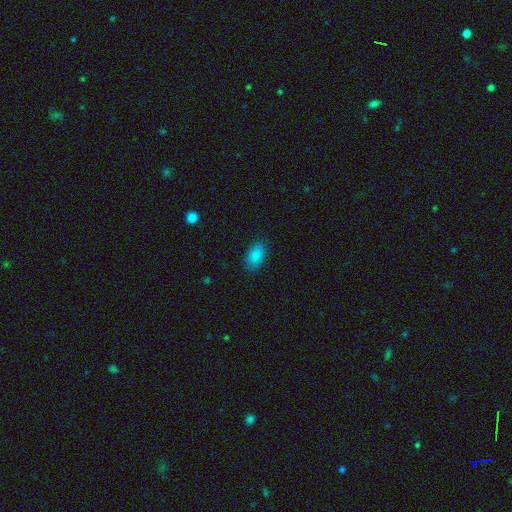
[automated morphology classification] Smooth or featured?
  - smooth: 86% *
  - star or artifact: 8%
  - featured or disk: 6%
How rounded?
  - in between: 92% *
  - round: 6%
  - cigar-shaped: 2%
Merging?
  - none: 85% *
  - minor disturbance: 11%
  - major disturbance: 3%
  - merger: 1%